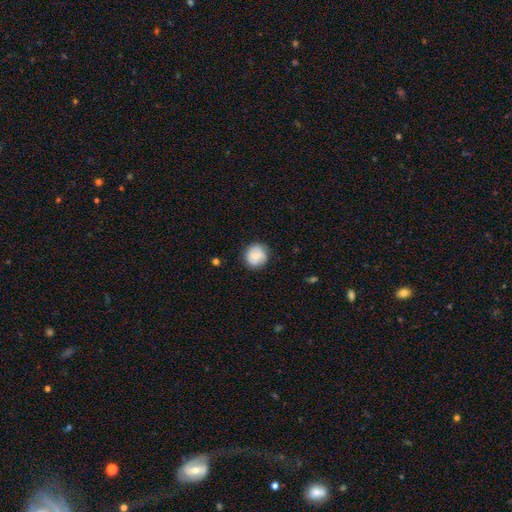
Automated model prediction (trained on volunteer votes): smooth-or-featured: smooth: 74% | featured or disk: 18% | star or artifact: 8%
  how-rounded: round: 89% | in between: 10% | cigar-shaped: 1%
  merging: none: 80% | minor disturbance: 15% | major disturbance: 3% | merger: 1%